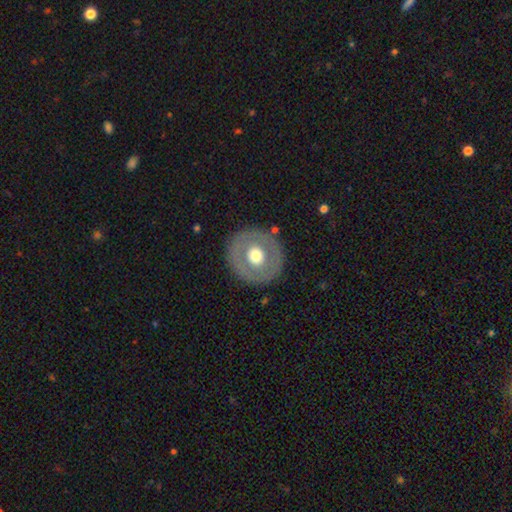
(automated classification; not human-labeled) Smooth or featured? smooth (52%)
How rounded? round (92%)
Merging? none (86%)